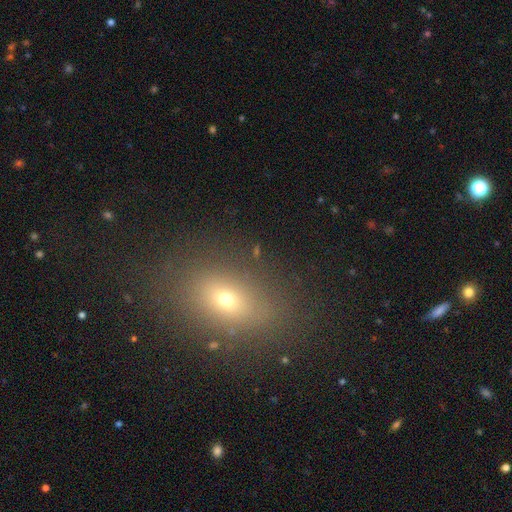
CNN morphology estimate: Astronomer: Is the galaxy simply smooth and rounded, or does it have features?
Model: smooth — 61%.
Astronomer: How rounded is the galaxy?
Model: in between — 69%.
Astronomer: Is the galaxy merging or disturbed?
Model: none — 82%.